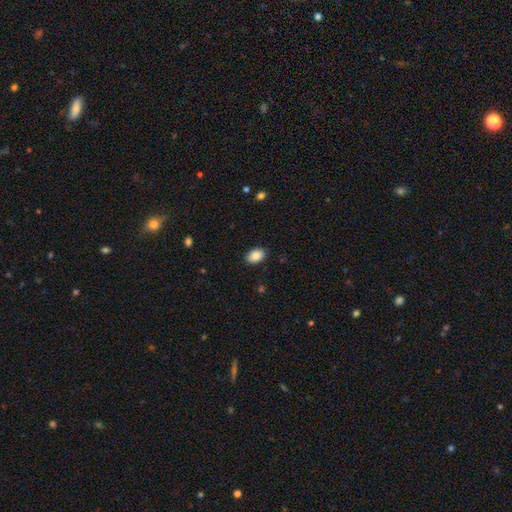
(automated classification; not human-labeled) Smooth or featured?
  - smooth: 86% *
  - star or artifact: 7%
  - featured or disk: 6%
How rounded?
  - in between: 87% *
  - round: 12%
  - cigar-shaped: 1%
Merging?
  - none: 89% *
  - minor disturbance: 8%
  - major disturbance: 2%
  - merger: 1%